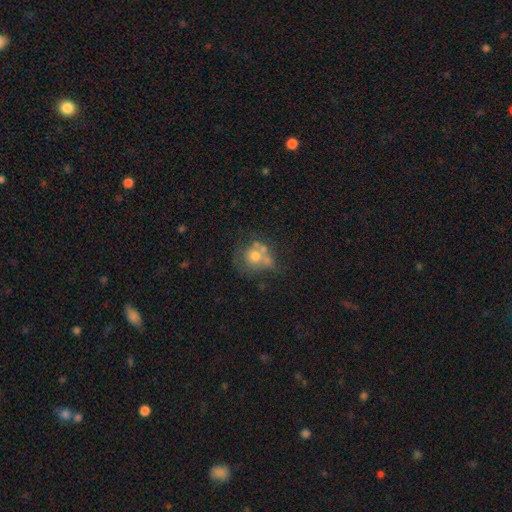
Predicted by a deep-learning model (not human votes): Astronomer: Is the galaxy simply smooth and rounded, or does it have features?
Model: smooth — 57%.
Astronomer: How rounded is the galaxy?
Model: round — 80%.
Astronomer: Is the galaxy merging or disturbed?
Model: none — 36% (runner-up: merger, 32%).